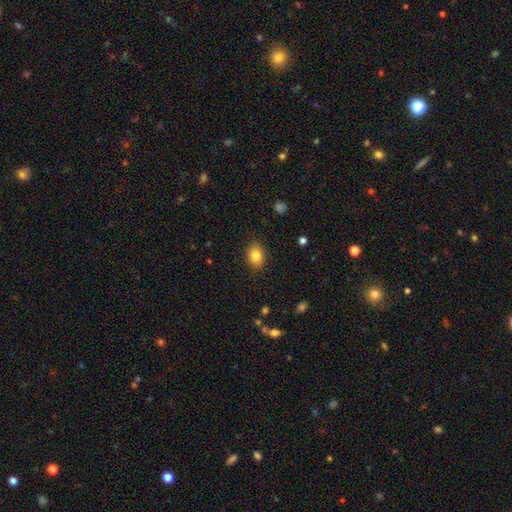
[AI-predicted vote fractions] Smooth or featured? smooth (84%)
How rounded? in between (69%)
Merging? none (87%)